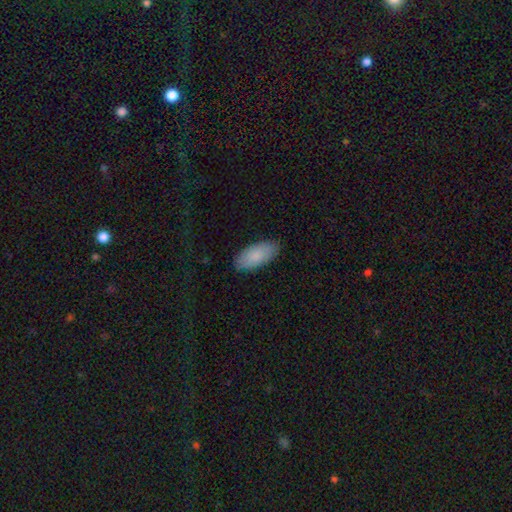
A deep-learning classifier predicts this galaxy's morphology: Smooth or featured: smooth — 86% (featured or disk — 9%)
How rounded: in between — 91% (cigar-shaped — 8%)
Merging: none — 86% (minor disturbance — 11%)